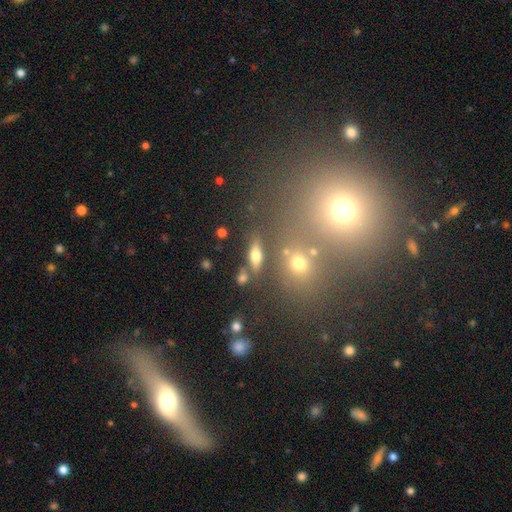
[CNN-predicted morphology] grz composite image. It shows a smooth galaxy with no disk features (52%) that is in between round and cigar-shaped (59%). Merging: none (75%).